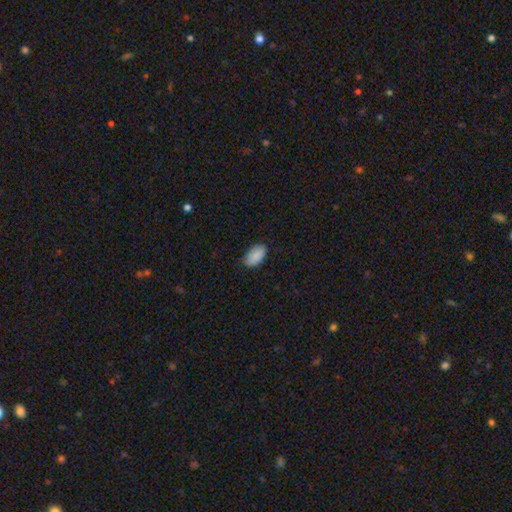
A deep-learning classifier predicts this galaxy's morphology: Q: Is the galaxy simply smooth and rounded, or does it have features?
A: smooth — 89%.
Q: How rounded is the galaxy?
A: in between — 95%.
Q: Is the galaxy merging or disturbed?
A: none — 84%.